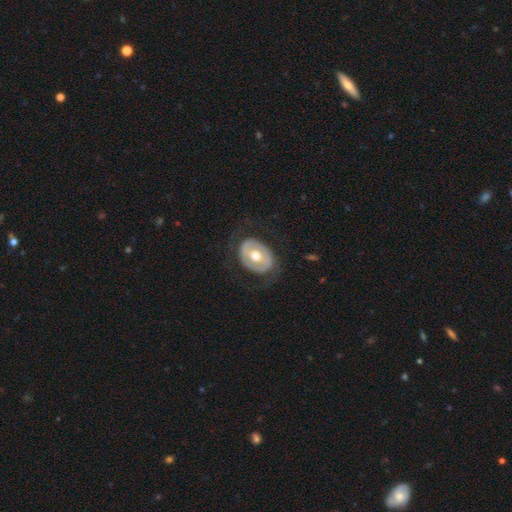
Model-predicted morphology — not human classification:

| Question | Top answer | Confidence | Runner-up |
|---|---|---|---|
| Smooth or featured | featured or disk | 64% | smooth (31%) |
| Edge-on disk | no | 94% | yes (6%) |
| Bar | no | 46% | weak (30%) |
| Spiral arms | no | 63% | yes (37%) |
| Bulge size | moderate | 78% | small (12%) |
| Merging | none | 71% | minor disturbance (15%) |